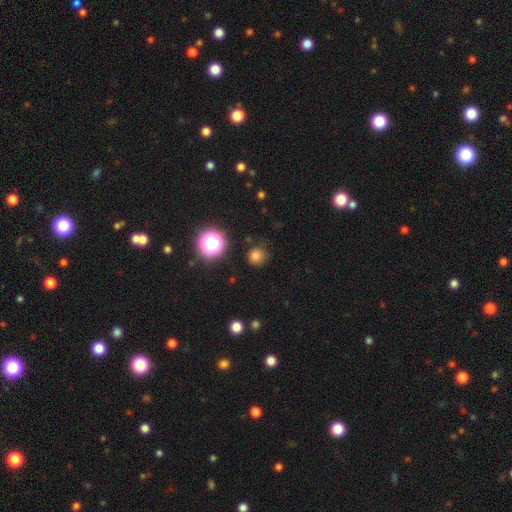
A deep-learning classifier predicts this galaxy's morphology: type=smooth (77%); roundness=round (93%); merging=none (85%).